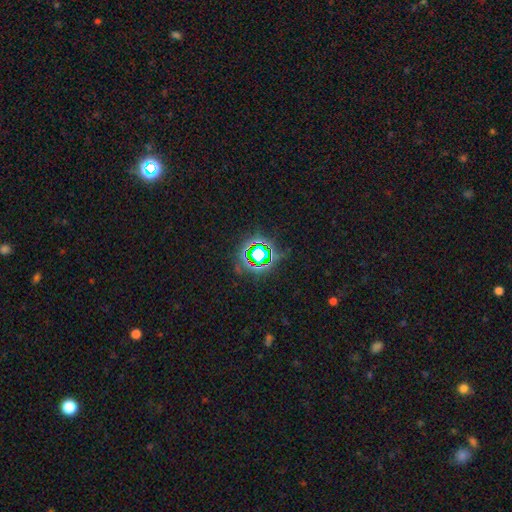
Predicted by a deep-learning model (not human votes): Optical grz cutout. It shows a star or artifact, not a galaxy (72%).